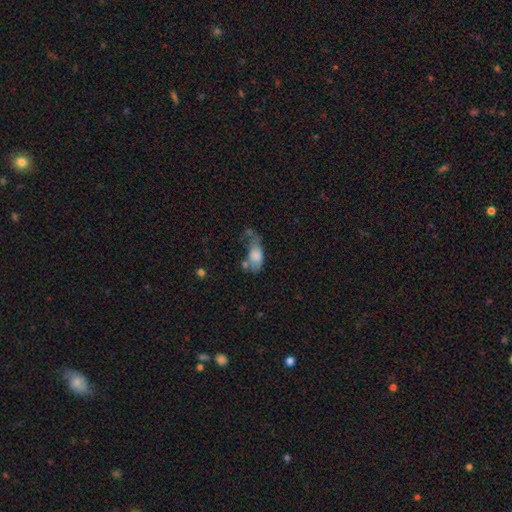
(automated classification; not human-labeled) Smooth or featured: smooth — 65% (featured or disk — 26%)
How rounded: in between — 85% (round — 8%)
Merging: major disturbance — 41% (minor disturbance — 22%)